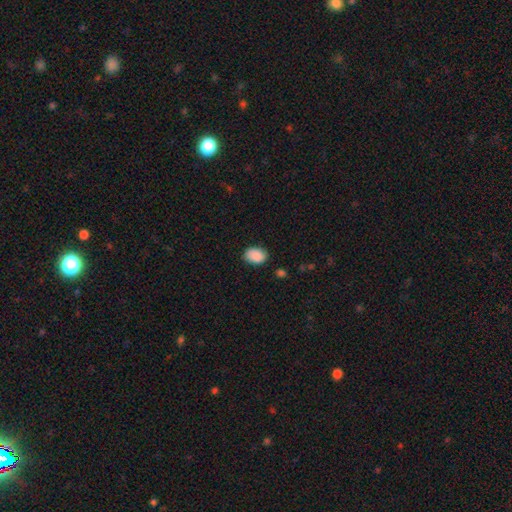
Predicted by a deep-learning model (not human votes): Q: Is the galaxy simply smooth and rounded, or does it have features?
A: smooth — 89%.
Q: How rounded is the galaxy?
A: in between — 79%.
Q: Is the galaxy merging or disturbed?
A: none — 80%.